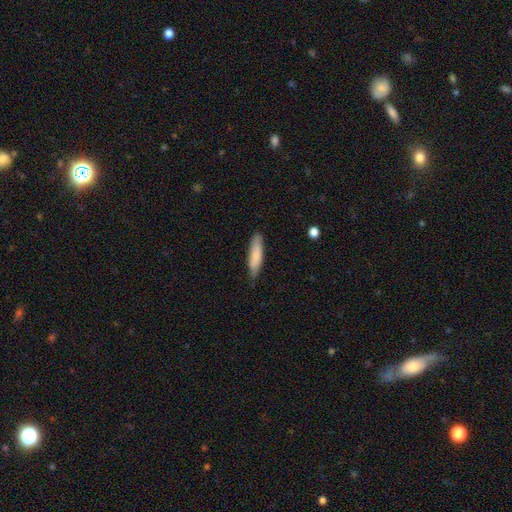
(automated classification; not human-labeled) Morphology: type=smooth (82%); roundness=cigar-shaped (73%); merging=none (81%).